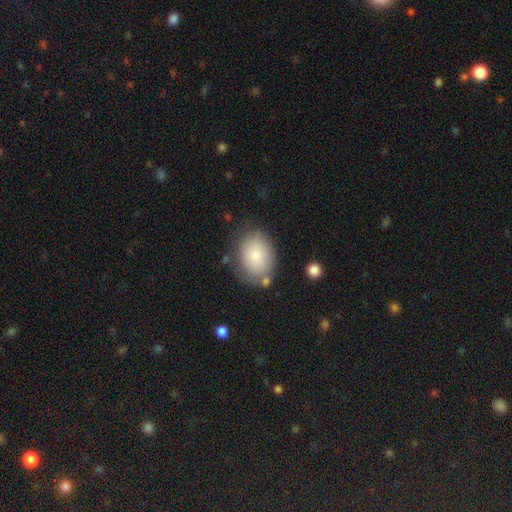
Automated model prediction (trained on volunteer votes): A smooth galaxy with no disk features (80%) that is in between round and cigar-shaped (70%).

Vote fractions:
- Smooth or featured? smooth: 80% / featured or disk: 12% / star or artifact: 7%
- How rounded? in between: 70% / round: 29% / cigar-shaped: 1%
- Merging? none: 68% / minor disturbance: 20% / major disturbance: 7% / merger: 5%